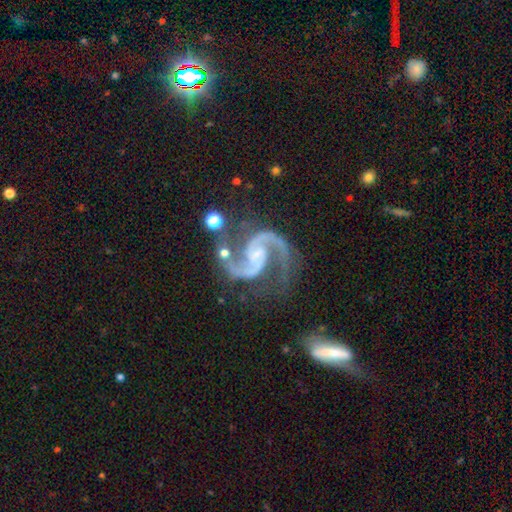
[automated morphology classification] Smooth or featured? featured or disk (94%)
Edge-on disk? no (99%)
Bar? no (47%)
Spiral arms? yes (99%)
Spiral winding? medium (65%)
Spiral arm count? 2 (94%)
Bulge size? small (58%)
Merging? none (63%)